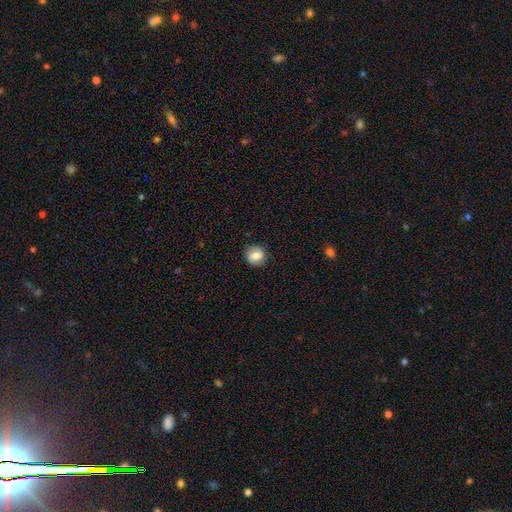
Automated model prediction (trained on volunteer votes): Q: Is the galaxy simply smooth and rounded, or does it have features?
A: smooth — 65%.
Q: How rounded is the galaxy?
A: round — 82%.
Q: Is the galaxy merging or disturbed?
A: none — 85%.